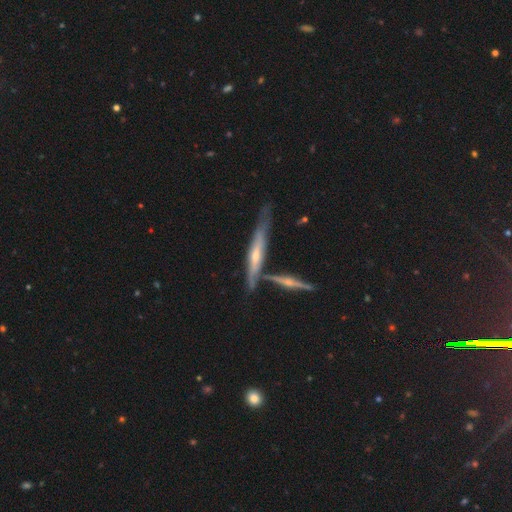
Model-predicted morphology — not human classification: Smooth or featured? featured or disk (72%)
Edge-on disk? yes (90%)
Edge-on bulge? rounded (70%)
Merging? none (61%)